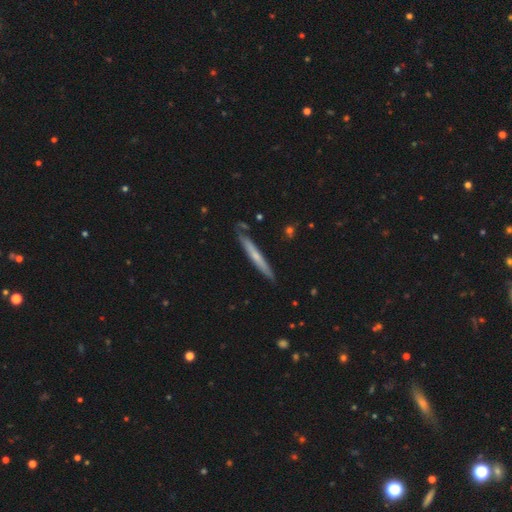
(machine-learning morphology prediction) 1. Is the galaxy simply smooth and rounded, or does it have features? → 48% featured or disk, 47% smooth, 6% star or artifact.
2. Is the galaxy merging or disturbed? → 83% none, 12% minor disturbance, 2% merger, 2% major disturbance.